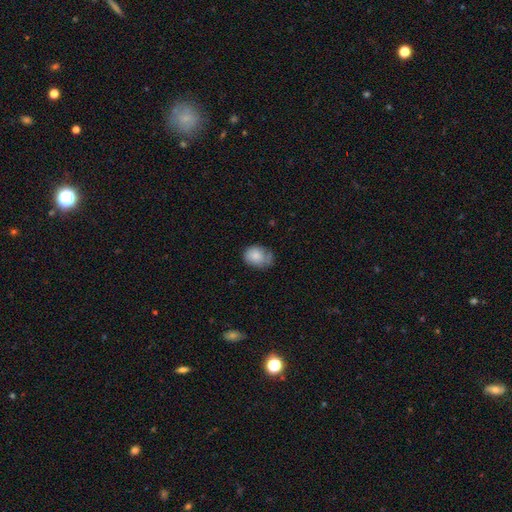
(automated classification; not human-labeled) This appears to be a smooth galaxy with no disk features (78%) that is in between round and cigar-shaped (57%). Merging: none (46%).